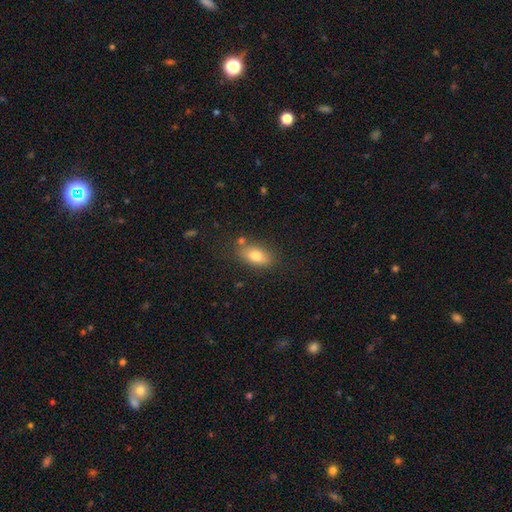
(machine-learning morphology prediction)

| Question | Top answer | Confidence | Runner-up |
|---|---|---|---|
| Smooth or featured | smooth | 78% | featured or disk (14%) |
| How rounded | in between | 86% | round (9%) |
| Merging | none | 74% | minor disturbance (15%) |